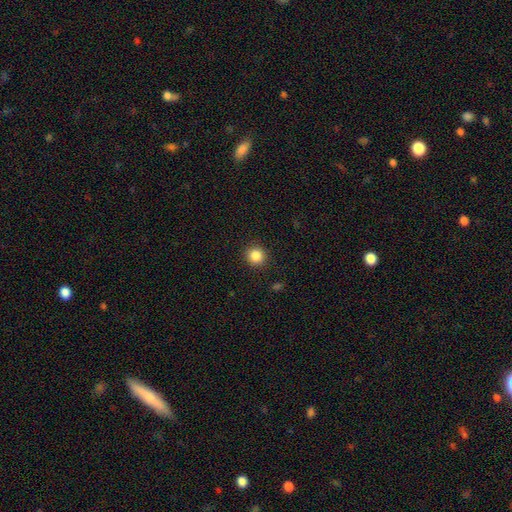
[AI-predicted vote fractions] Smooth or featured? Predicted: smooth (p=0.86). How rounded? Predicted: round (p=0.94). Merging? Predicted: none (p=0.92).